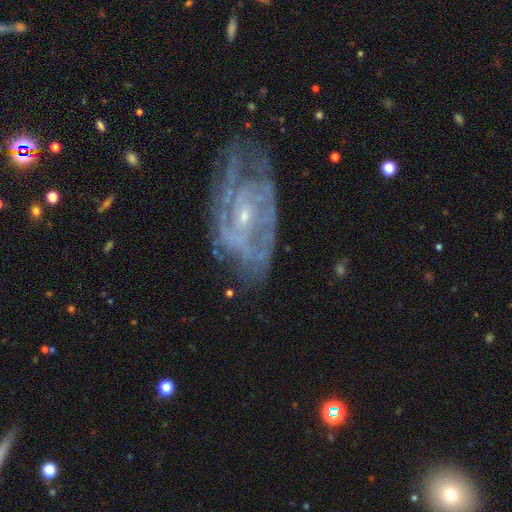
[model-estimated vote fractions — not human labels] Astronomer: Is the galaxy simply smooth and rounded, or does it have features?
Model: featured or disk — 85%.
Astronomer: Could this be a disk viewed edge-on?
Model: no — 96%.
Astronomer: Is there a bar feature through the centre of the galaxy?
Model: no — 57% (runner-up: weak, 33%).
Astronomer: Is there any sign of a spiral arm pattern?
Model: yes — 90%.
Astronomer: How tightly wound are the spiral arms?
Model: tight — 54% (runner-up: medium, 36%).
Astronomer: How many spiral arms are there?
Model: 2 — 38% (runner-up: can't tell, 32%).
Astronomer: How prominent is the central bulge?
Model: small — 79%.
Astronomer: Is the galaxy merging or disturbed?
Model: none — 57%.